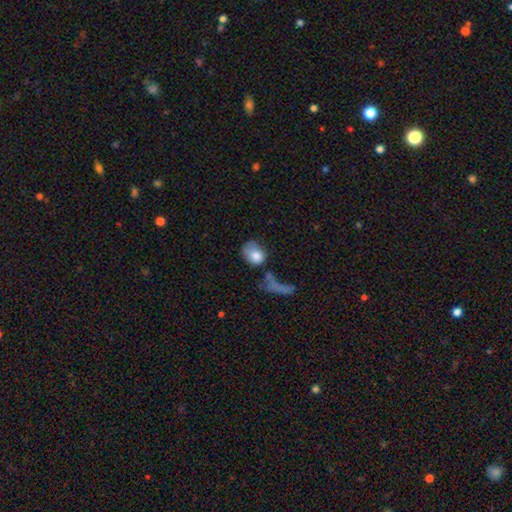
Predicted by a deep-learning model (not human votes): A smooth galaxy with no disk features (77%) that is in between round and cigar-shaped (68%).

Vote fractions:
- Smooth or featured? smooth: 77% / featured or disk: 15% / star or artifact: 8%
- How rounded? in between: 68% / round: 30% / cigar-shaped: 2%
- Merging? major disturbance: 34% / none: 29% / minor disturbance: 19% / merger: 18%